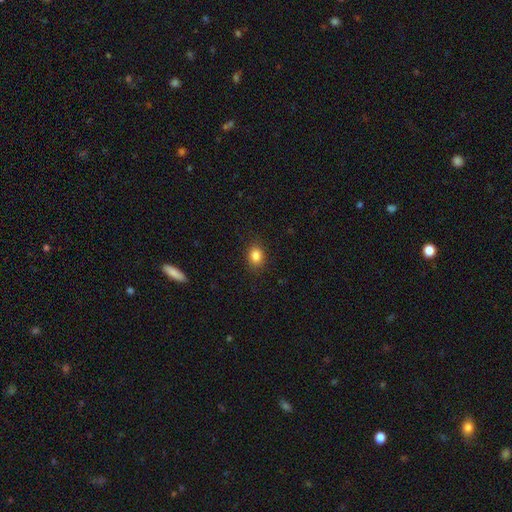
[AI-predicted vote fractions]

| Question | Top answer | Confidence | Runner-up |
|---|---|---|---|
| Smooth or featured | smooth | 85% | star or artifact (10%) |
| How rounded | in between | 53% | round (46%) |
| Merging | none | 88% | minor disturbance (9%) |